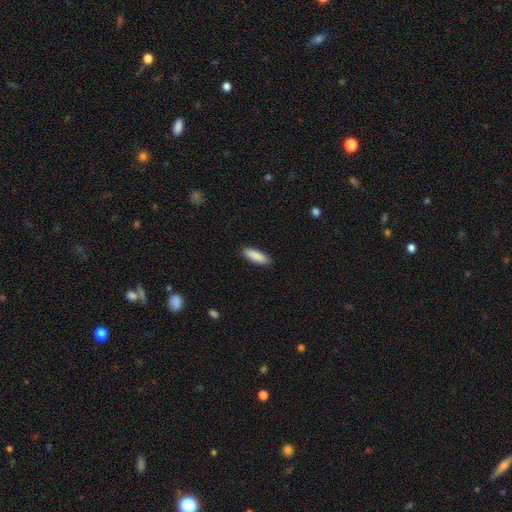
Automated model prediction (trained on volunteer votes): A smooth galaxy with no disk features (90%) that is in between round and cigar-shaped (52%).

Vote fractions:
- Smooth or featured? smooth: 90% / star or artifact: 6% / featured or disk: 4%
- How rounded? in between: 52% / cigar-shaped: 47% / round: 2%
- Merging? none: 89% / minor disturbance: 8% / major disturbance: 2% / merger: 1%